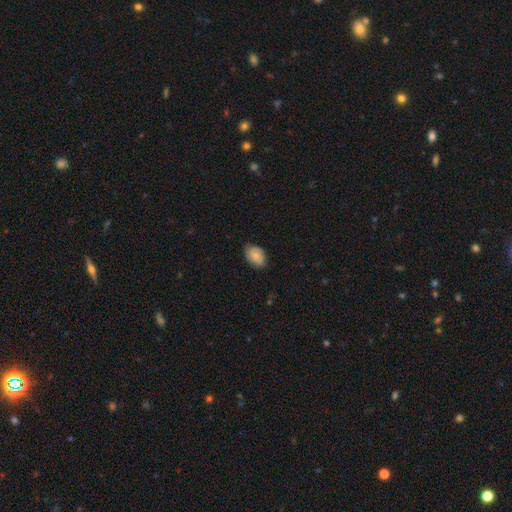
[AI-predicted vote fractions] Smooth or featured?
  - smooth: 74% *
  - featured or disk: 19%
  - star or artifact: 7%
How rounded?
  - in between: 82% *
  - round: 17%
  - cigar-shaped: 1%
Merging?
  - none: 74% *
  - minor disturbance: 21%
  - major disturbance: 4%
  - merger: 1%